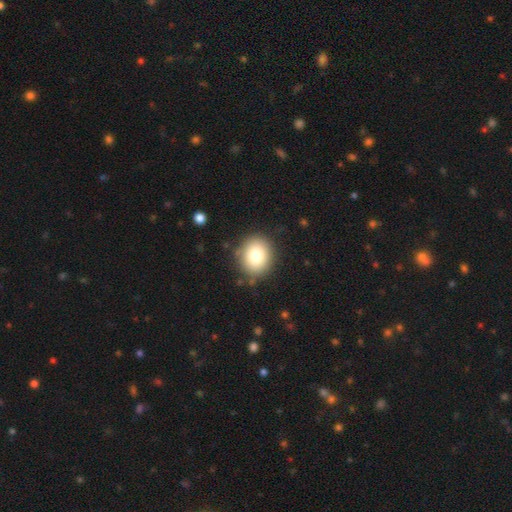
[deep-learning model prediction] A smooth galaxy with no disk features (80%) that is round (70%). Merging: none (85%).